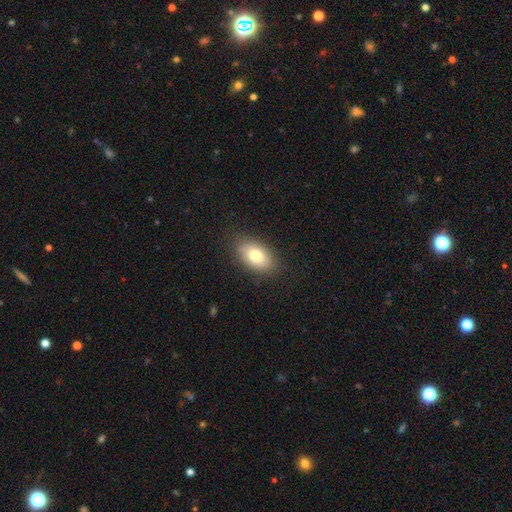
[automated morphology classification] Smooth or featured: smooth — 78% (featured or disk — 14%)
How rounded: in between — 91% (round — 7%)
Merging: none — 84% (minor disturbance — 12%)